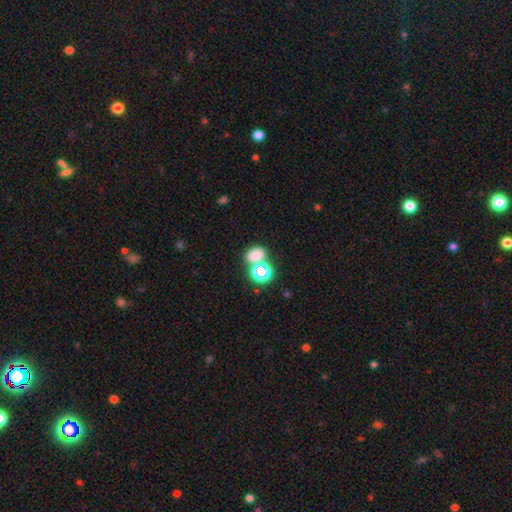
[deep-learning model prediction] Q: Smooth or featured?
A: smooth (68%); runner-up: star or artifact (25%)
Q: How rounded?
A: in between (57%); runner-up: round (42%)
Q: Merging?
A: none (56%); runner-up: merger (29%)